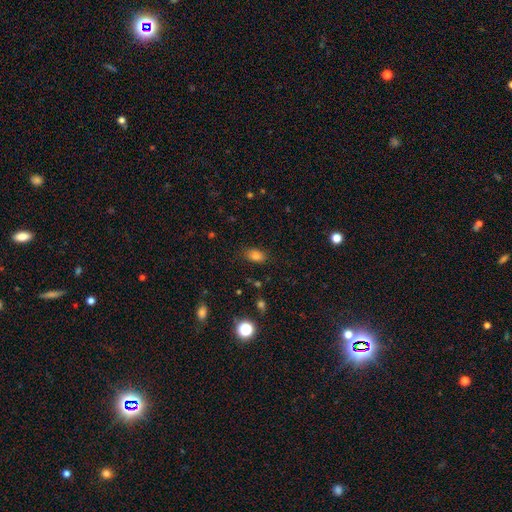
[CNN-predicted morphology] A smooth galaxy with no disk features (80%) that is in between round and cigar-shaped (84%).

Vote fractions:
- Smooth or featured? smooth: 80% / star or artifact: 13% / featured or disk: 7%
- How rounded? in between: 84% / round: 14% / cigar-shaped: 2%
- Merging? none: 82% / minor disturbance: 13% / major disturbance: 3% / merger: 1%